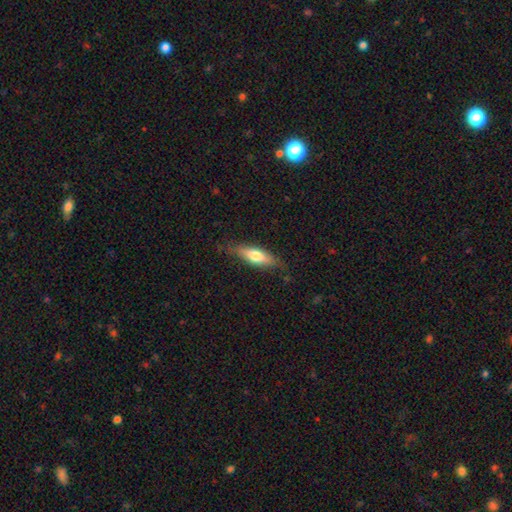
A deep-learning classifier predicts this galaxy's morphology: Q: Smooth or featured?
A: smooth (67%); runner-up: featured or disk (27%)
Q: How rounded?
A: in between (51%); runner-up: cigar-shaped (47%)
Q: Merging?
A: none (79%); runner-up: minor disturbance (16%)